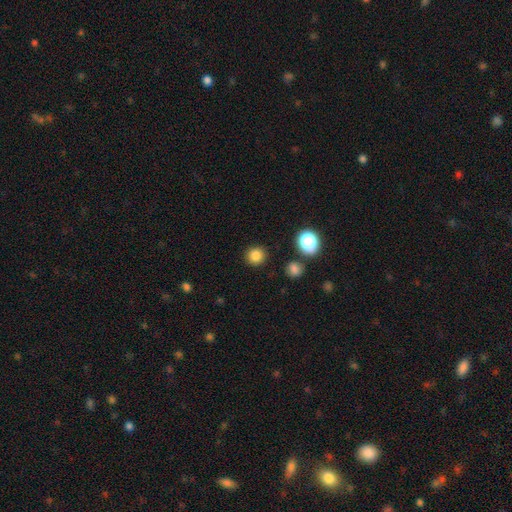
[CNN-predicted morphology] The model was most divided on "smooth or featured": smooth: 83%, star or artifact: 13%, featured or disk: 4%. More confident: how rounded — round (92%); merging — none (90%).